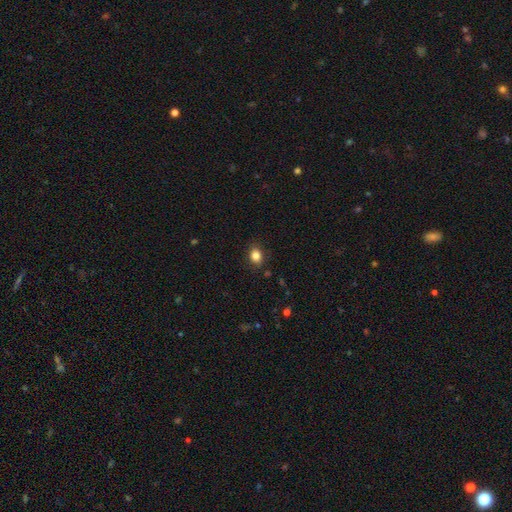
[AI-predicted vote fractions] The model was most divided on "how rounded": in between: 61%, round: 38%, cigar-shaped: 1%. More confident: merging — none (85%); smooth or featured — smooth (84%).